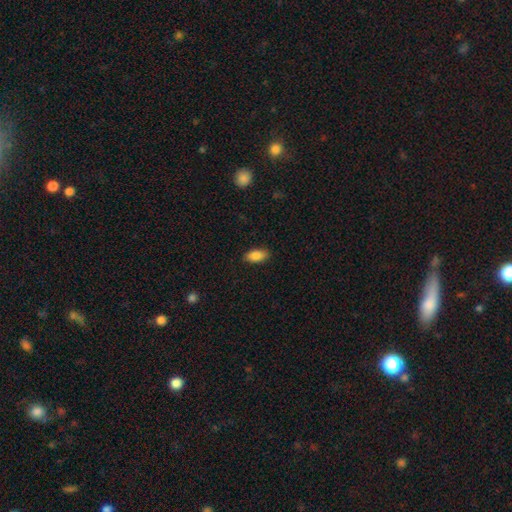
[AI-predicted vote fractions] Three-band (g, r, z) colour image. It shows a smooth galaxy with no disk features (86%) that is in between round and cigar-shaped (89%). Merging: none (87%).